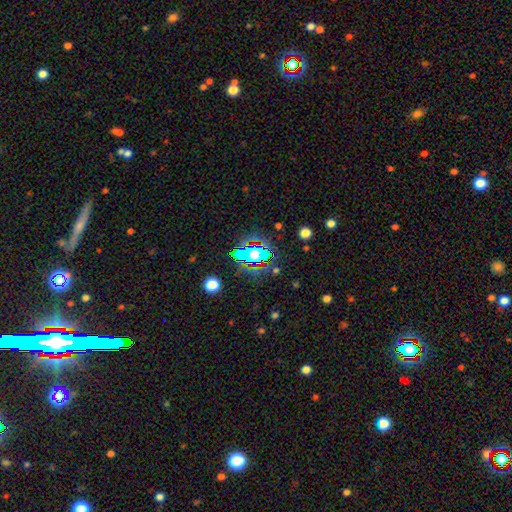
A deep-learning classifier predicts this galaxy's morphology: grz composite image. It shows a star or artifact, not a galaxy (51%).